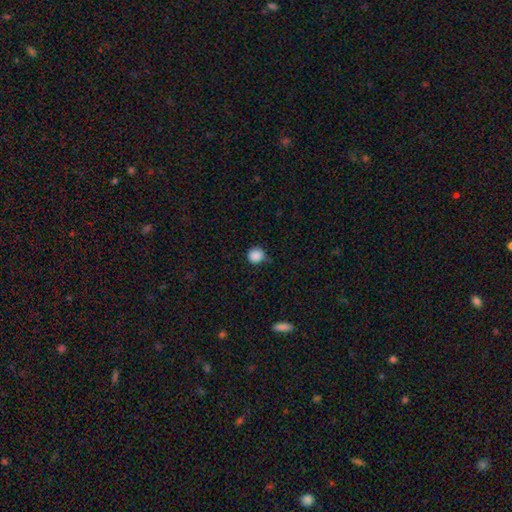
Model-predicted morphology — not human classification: Smooth or featured? smooth (87%)
How rounded? round (90%)
Merging? none (69%)